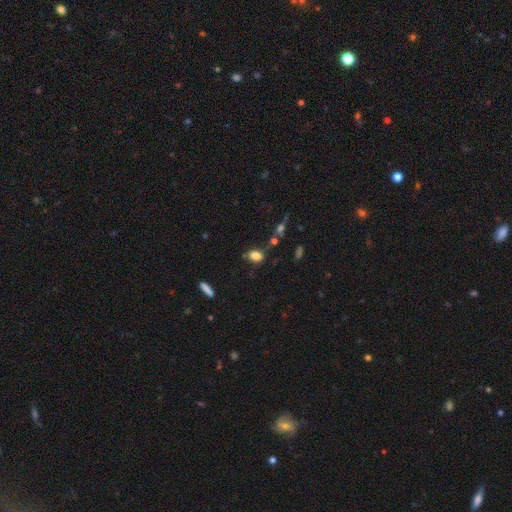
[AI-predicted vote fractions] This is clearly a smooth galaxy (81%). How rounded: likely in between (80%). Merging: likely none (66%).